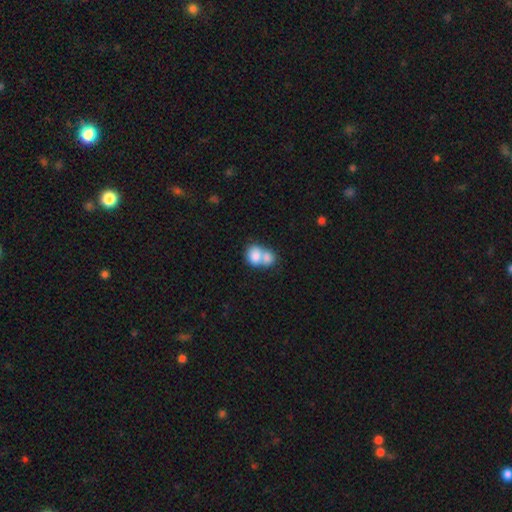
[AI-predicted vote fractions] A smooth galaxy with no disk features (80%) that is in between round and cigar-shaped (55%).

Vote fractions:
- Smooth or featured? smooth: 80% / featured or disk: 13% / star or artifact: 8%
- How rounded? in between: 55% / round: 44% / cigar-shaped: 1%
- Merging? merger: 72% / none: 19% / minor disturbance: 6% / major disturbance: 3%